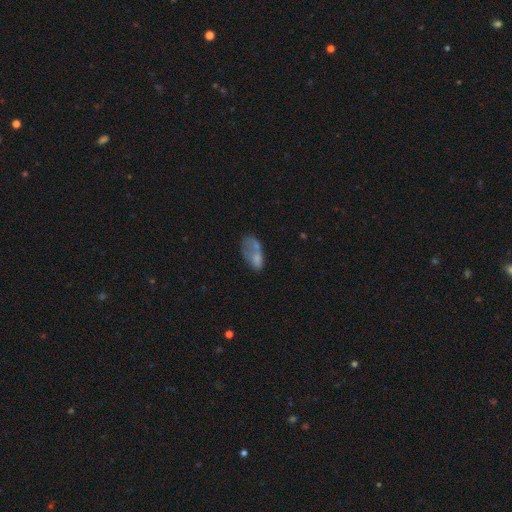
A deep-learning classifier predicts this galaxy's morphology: A smooth galaxy with no disk features (59%) that is in between round and cigar-shaped (89%).

Vote fractions:
- Smooth or featured? smooth: 59% / featured or disk: 30% / star or artifact: 11%
- How rounded? in between: 89% / round: 6% / cigar-shaped: 5%
- Merging? major disturbance: 29% / none: 26% / merger: 25% / minor disturbance: 20%